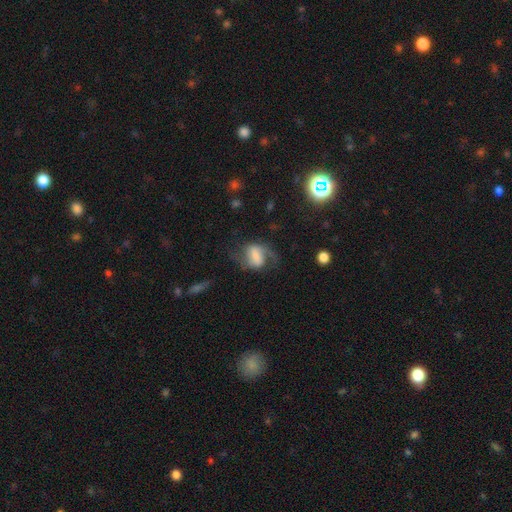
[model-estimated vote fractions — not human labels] Morphology: type=featured or disk (61%); edge-on=no (97%); bar=strong (39%); spiral arms=yes (88%); winding=loose (49%); arm count=2 (77%); bulge=none (30%); merging=none (49%).